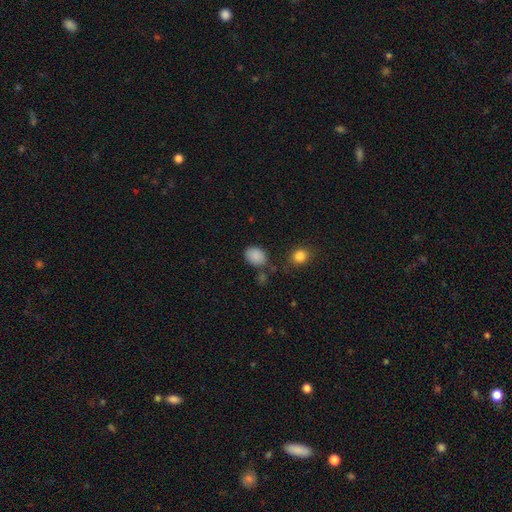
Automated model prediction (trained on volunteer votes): Smooth or featured?
  - smooth: 87% *
  - star or artifact: 9%
  - featured or disk: 4%
How rounded?
  - in between: 67% *
  - round: 32%
  - cigar-shaped: 1%
Merging?
  - none: 71% *
  - minor disturbance: 17%
  - merger: 6%
  - major disturbance: 6%